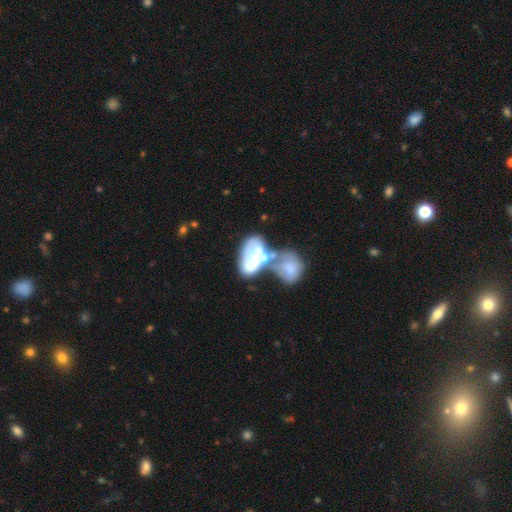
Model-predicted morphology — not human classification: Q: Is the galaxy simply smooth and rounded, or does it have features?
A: featured or disk — 59%.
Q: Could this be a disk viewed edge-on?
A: no — 96%.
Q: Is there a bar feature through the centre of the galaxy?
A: no — 68%.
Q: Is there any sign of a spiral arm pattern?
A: no — 68%.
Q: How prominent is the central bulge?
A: moderate — 53%.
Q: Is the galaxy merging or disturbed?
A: merger — 65%.